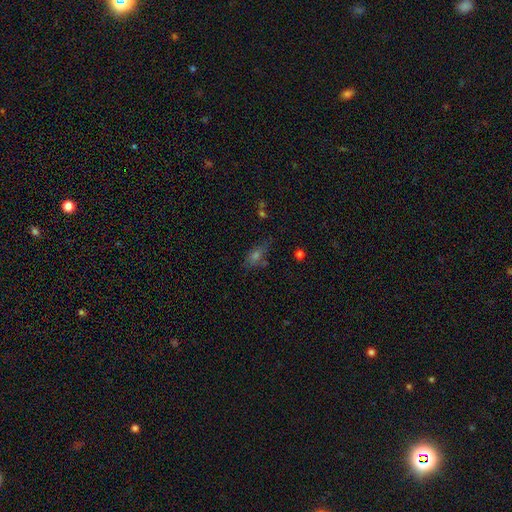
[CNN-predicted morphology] The model was most divided on "smooth or featured": smooth: 49%, star or artifact: 30%, featured or disk: 21%. More confident: merging — none (61%).